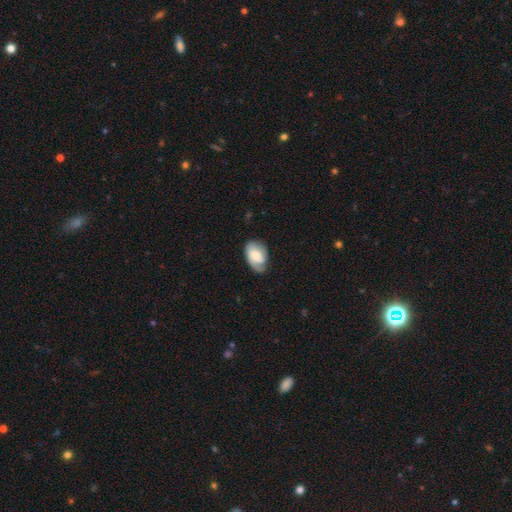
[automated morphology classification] This appears to be a smooth galaxy with no disk features (50%) that is in between round and cigar-shaped (89%). Merging: none (57%).